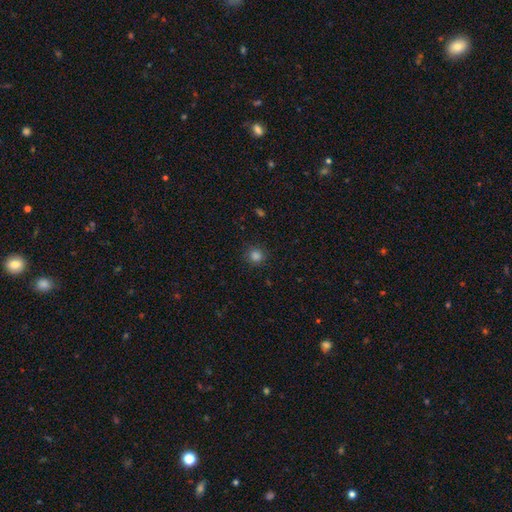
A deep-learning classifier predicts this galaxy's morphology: smooth-or-featured: smooth: 83% | star or artifact: 13% | featured or disk: 3%
  how-rounded: round: 91% | in between: 8% | cigar-shaped: 1%
  merging: none: 88% | minor disturbance: 8% | major disturbance: 3% | merger: 1%